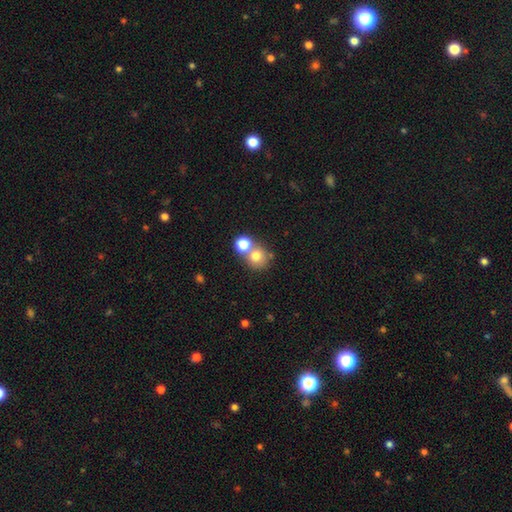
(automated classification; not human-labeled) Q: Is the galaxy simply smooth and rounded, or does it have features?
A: smooth — 75%.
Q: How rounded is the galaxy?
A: round — 84%.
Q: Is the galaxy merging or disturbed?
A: merger — 46%.